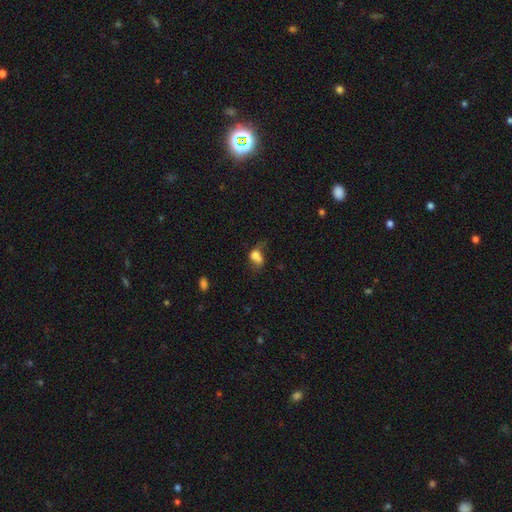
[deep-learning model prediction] Smooth or featured? Predicted: smooth (p=0.68). How rounded? Predicted: in between (p=0.62). Merging? Predicted: merger (p=0.35).